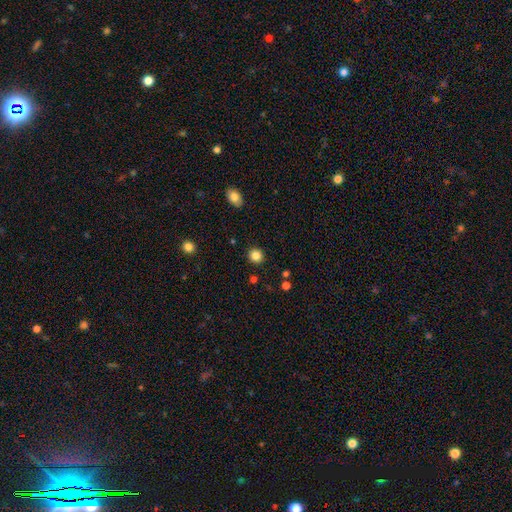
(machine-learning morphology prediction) Smooth or featured? smooth (85%)
How rounded? round (88%)
Merging? none (91%)